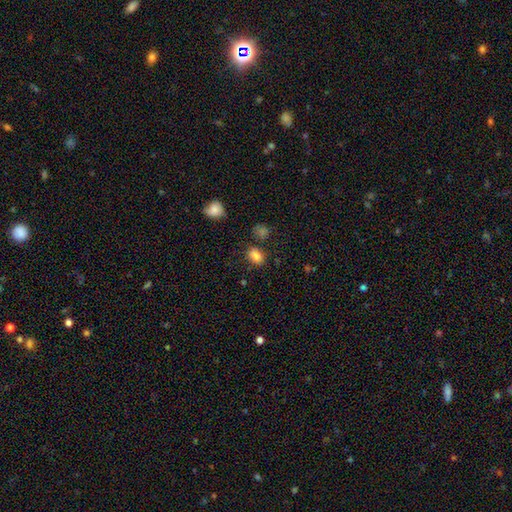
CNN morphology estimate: smooth 83%, star or artifact 11%, featured or disk 6%. Down the decision tree: how rounded — in between (73%); merging — none (78%).